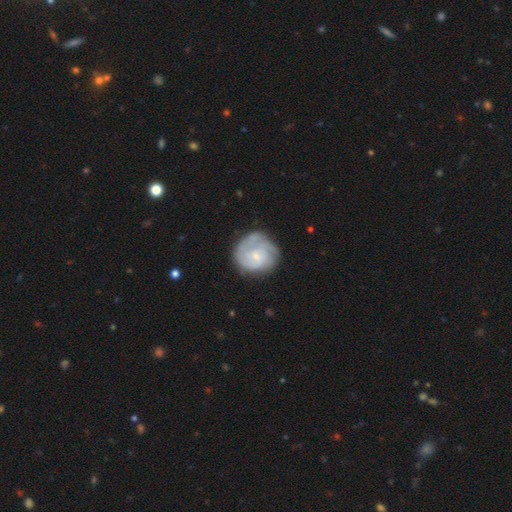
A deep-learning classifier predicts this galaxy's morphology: type=featured or disk (66%); edge-on=no (98%); bar=no (67%); spiral arms=yes (86%); winding=tight (57%); arm count=can't tell (37%); bulge=small (68%); merging=none (67%).